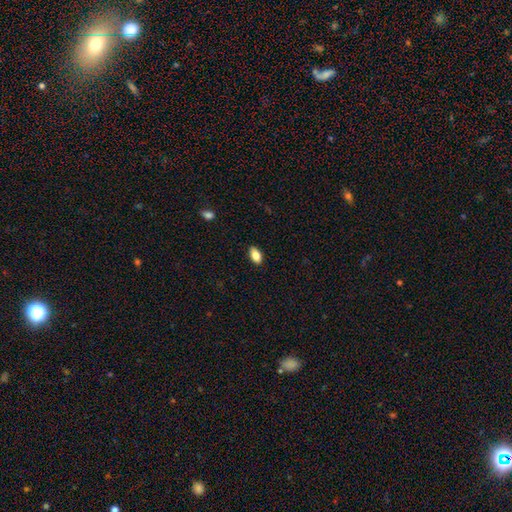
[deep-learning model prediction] A smooth galaxy with no disk features (83%) that is in between round and cigar-shaped (90%).

Vote fractions:
- Smooth or featured? smooth: 83% / featured or disk: 9% / star or artifact: 8%
- How rounded? in between: 90% / round: 5% / cigar-shaped: 5%
- Merging? none: 88% / minor disturbance: 10% / major disturbance: 2% / merger: 1%